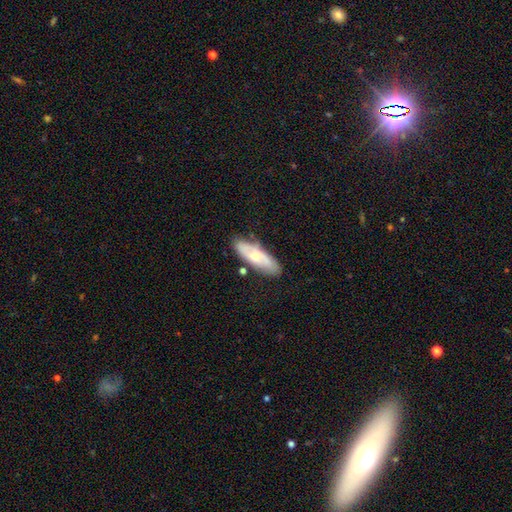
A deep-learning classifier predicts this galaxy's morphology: smooth-or-featured: smooth: 50% | featured or disk: 44% | star or artifact: 6%
  how-rounded: in between: 59% | cigar-shaped: 39% | round: 2%
  merging: none: 74% | minor disturbance: 18% | merger: 5% | major disturbance: 4%